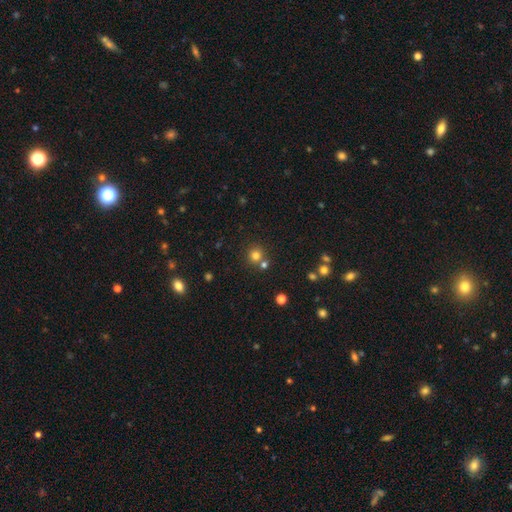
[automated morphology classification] Smooth or featured? smooth (76%)
How rounded? round (92%)
Merging? none (70%)